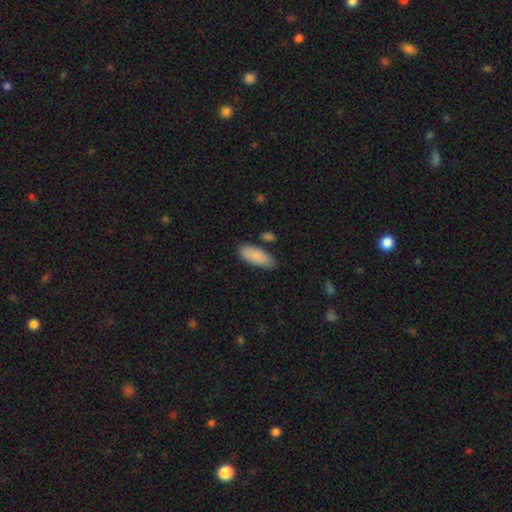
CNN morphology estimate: A smooth galaxy with no disk features (88%) that is in between round and cigar-shaped (80%).

Vote fractions:
- Smooth or featured? smooth: 88% / featured or disk: 6% / star or artifact: 6%
- How rounded? in between: 80% / cigar-shaped: 18% / round: 2%
- Merging? none: 76% / minor disturbance: 16% / merger: 5% / major disturbance: 3%